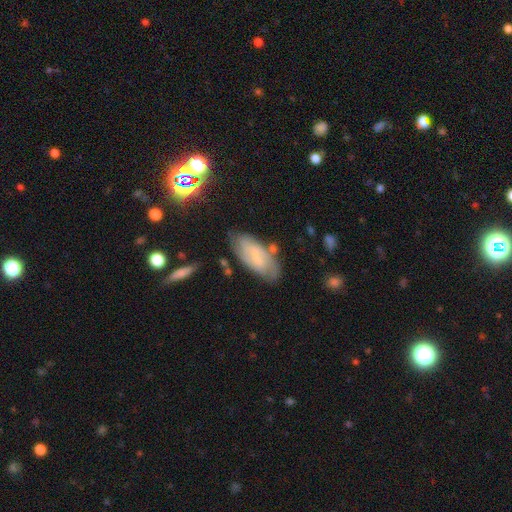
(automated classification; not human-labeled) The model was most divided on "smooth or featured": featured or disk: 50%, smooth: 41%, star or artifact: 9%. More confident: merging — none (71%).